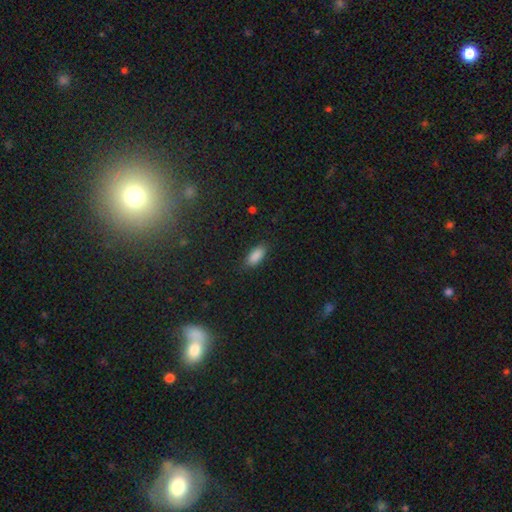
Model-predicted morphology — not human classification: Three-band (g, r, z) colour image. It shows a smooth galaxy with no disk features (88%) that is in between round and cigar-shaped (86%). Merging: none (85%).